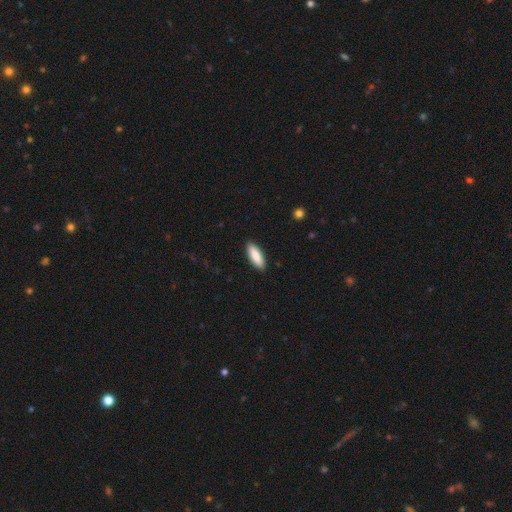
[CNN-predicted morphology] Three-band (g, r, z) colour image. It shows a smooth galaxy with no disk features (87%) that is in between round and cigar-shaped (61%). Merging: none (90%).